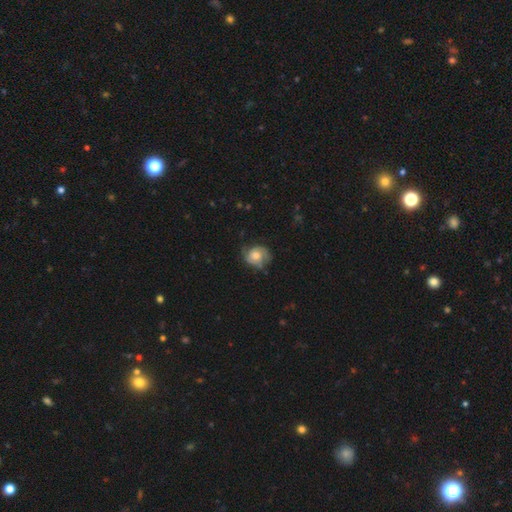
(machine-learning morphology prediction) Overall: featured or disk (55%; smooth 38%). Edge-on disk: no (97%). Bar: no (75%). Spiral arms: yes (85%). Bulge size: moderate (54%; large 25%). Merging: none (63%; minor disturbance 25%).